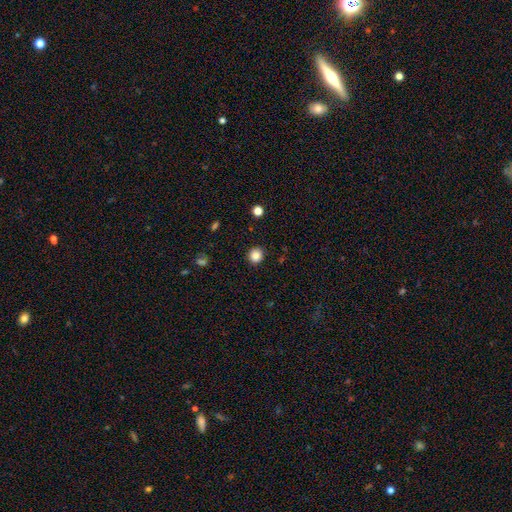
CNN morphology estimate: Smooth or featured: smooth — 84% (star or artifact — 11%)
How rounded: round — 88% (in between — 11%)
Merging: none — 92% (minor disturbance — 5%)